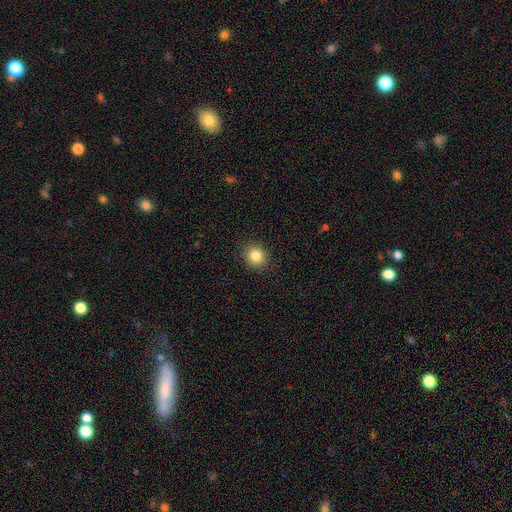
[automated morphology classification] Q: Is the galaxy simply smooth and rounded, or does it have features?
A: smooth — 84%.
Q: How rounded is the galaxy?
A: round — 76%.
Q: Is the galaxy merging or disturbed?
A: none — 90%.